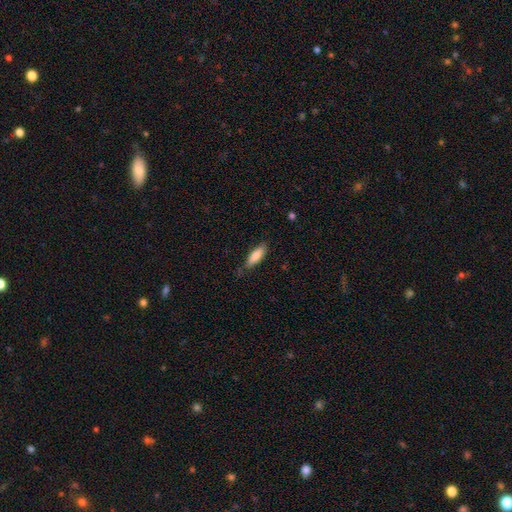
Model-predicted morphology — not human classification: type=smooth (83%); roundness=in between (61%); merging=none (72%).